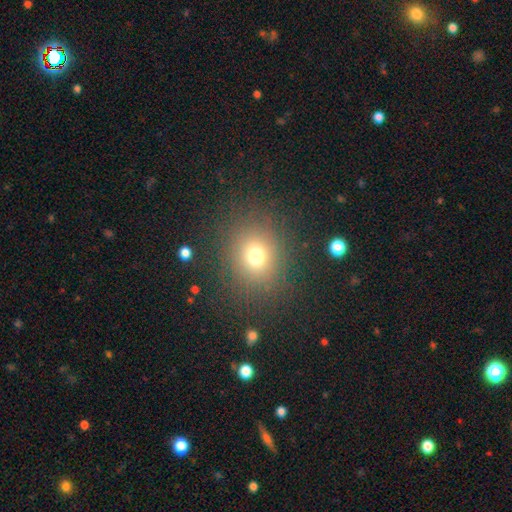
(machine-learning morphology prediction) A smooth galaxy with no disk features (72%) that is round (74%).

Vote fractions:
- Smooth or featured? smooth: 72% / star or artifact: 18% / featured or disk: 10%
- How rounded? round: 74% / in between: 25% / cigar-shaped: 1%
- Merging? none: 85% / minor disturbance: 9% / major disturbance: 5% / merger: 2%